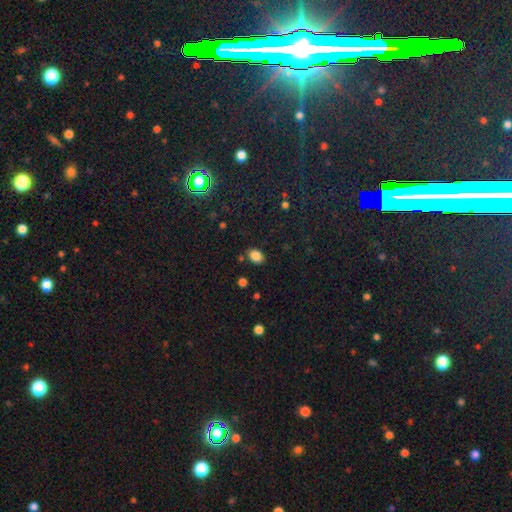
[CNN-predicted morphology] The model was most divided on "how rounded": in between: 72%, round: 27%, cigar-shaped: 1%. More confident: smooth or featured — smooth (84%); merging — none (82%).